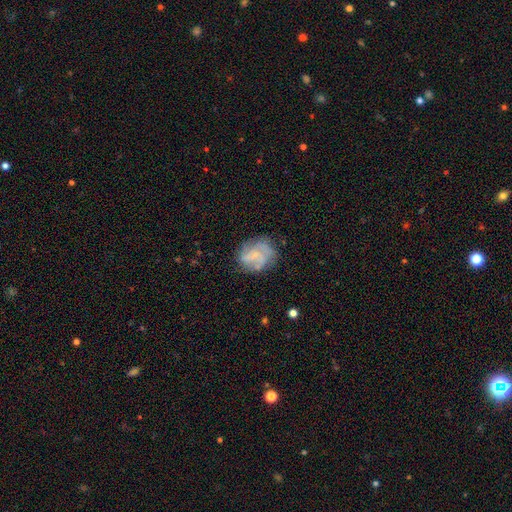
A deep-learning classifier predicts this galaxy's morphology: Smooth or featured?
  - featured or disk: 61% *
  - smooth: 30%
  - star or artifact: 9%
Edge-on disk?
  - no: 98% *
  - yes: 2%
Bar?
  - no: 66% *
  - weak: 29%
  - strong: 5%
Spiral arms?
  - yes: 74% *
  - no: 26%
Bulge size?
  - small: 59% *
  - none: 24%
  - moderate: 15%
  - large: 1%
  - dominant: 1%
Merging?
  - none: 65% *
  - minor disturbance: 21%
  - major disturbance: 11%
  - merger: 3%